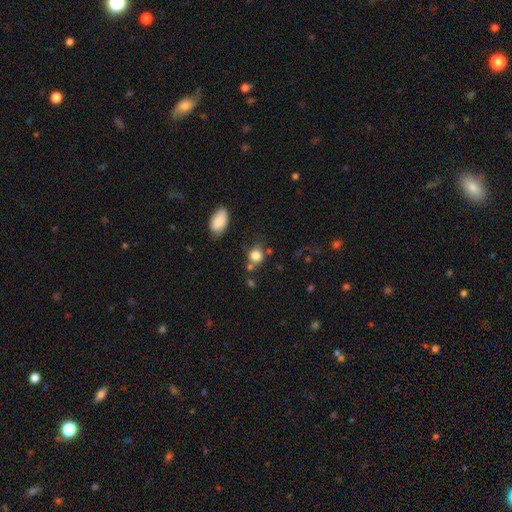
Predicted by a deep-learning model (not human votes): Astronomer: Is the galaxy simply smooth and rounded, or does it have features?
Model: smooth — 81%.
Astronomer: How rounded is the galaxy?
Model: round — 71%.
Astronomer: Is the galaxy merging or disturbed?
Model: none — 61%.